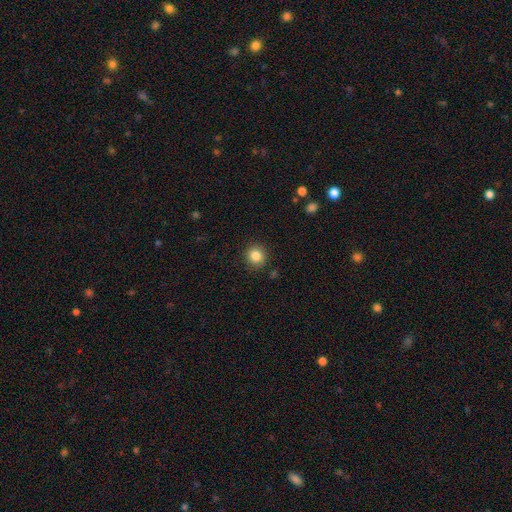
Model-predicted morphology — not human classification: This appears to be a smooth galaxy with no disk features (84%) that is round (92%). Merging: none (90%).